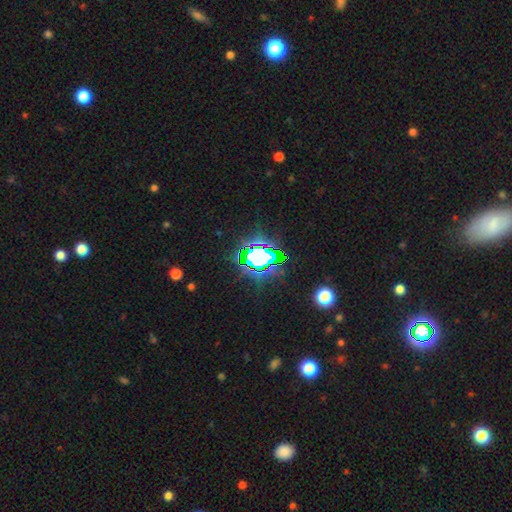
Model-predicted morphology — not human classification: Smooth or featured?
  - star or artifact: 69% *
  - smooth: 18%
  - featured or disk: 13%